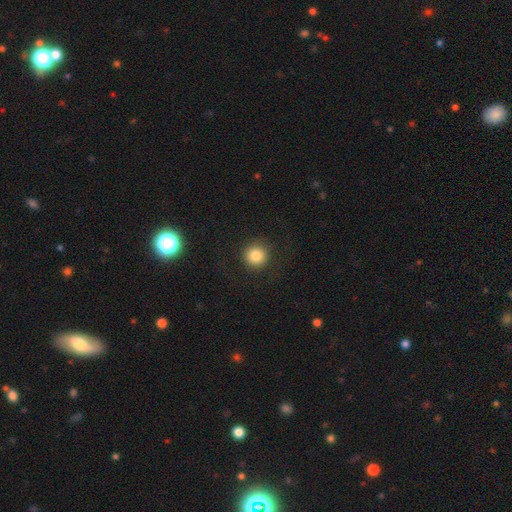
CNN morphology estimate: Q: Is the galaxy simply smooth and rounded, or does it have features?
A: smooth — 83%.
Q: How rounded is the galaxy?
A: round — 94%.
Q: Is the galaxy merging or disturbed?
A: none — 89%.